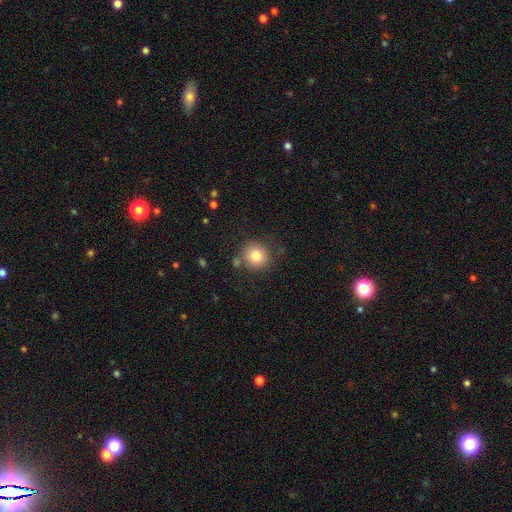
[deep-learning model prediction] Smooth or featured? Predicted: smooth (p=0.79). How rounded? Predicted: round (p=0.91). Merging? Predicted: none (p=0.81).